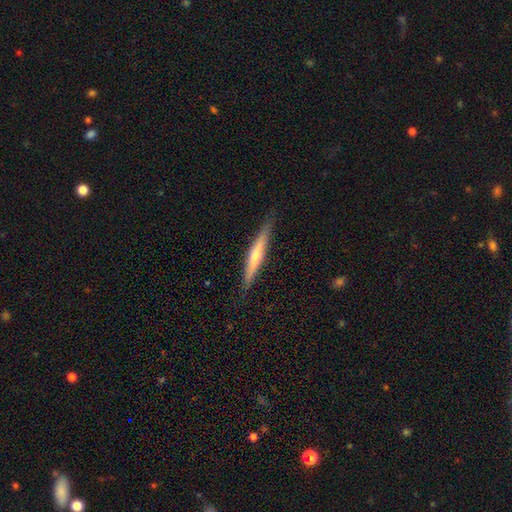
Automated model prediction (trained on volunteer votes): This appears to be a featured or disk galaxy (53%) viewed edge-on (96%) with a rounded central bulge (63%). Merging: none (88%).